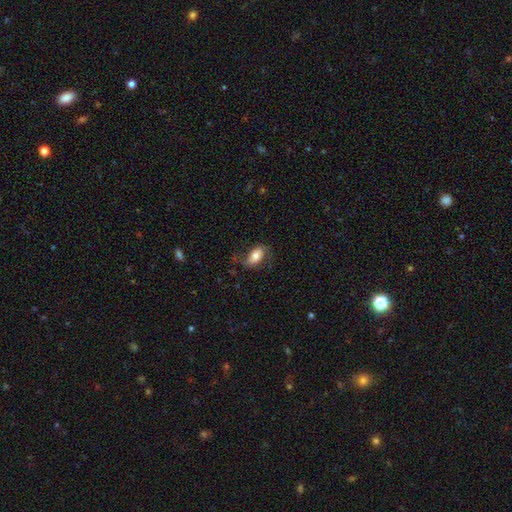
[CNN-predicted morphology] This appears to be a smooth galaxy with no disk features (67%) that is in between round and cigar-shaped (90%). Merging: none (62%).